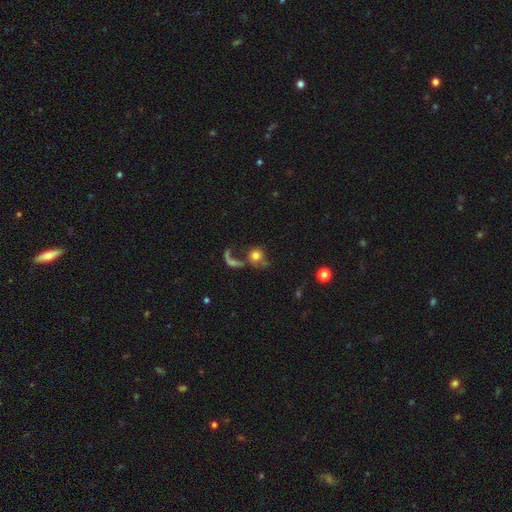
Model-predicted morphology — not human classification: smooth-or-featured: smooth: 64% | featured or disk: 24% | star or artifact: 12%
  how-rounded: round: 80% | in between: 18% | cigar-shaped: 2%
  merging: none: 30% (tied) | merger: 30% (tied) | major disturbance: 29% | minor disturbance: 11%